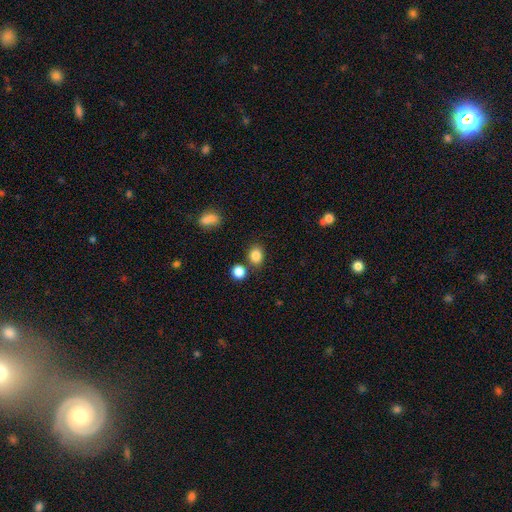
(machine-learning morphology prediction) The model was most divided on "how rounded": round: 56%, in between: 43%, cigar-shaped: 1%. More confident: smooth or featured — smooth (84%); merging — none (74%).